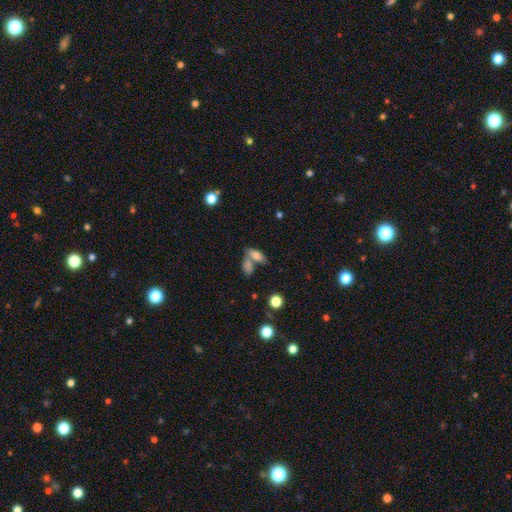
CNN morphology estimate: Overall: smooth (77%). How rounded: in between (81%). Merging: merger (49%; none 37%).